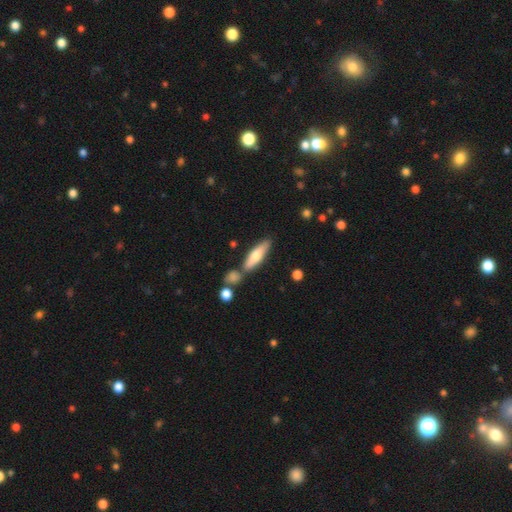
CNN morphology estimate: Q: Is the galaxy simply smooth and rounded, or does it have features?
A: smooth — 64%.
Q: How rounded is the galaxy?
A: cigar-shaped — 63%.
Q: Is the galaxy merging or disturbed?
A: none — 71%.